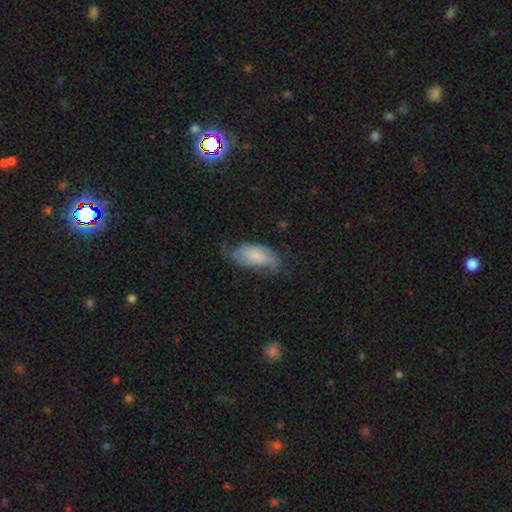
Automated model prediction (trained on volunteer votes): smooth-or-featured: smooth: 50% | featured or disk: 43% | star or artifact: 7%
  how-rounded: in between: 89% | cigar-shaped: 8% | round: 3%
  merging: none: 47% | minor disturbance: 32% | major disturbance: 19% | merger: 2%